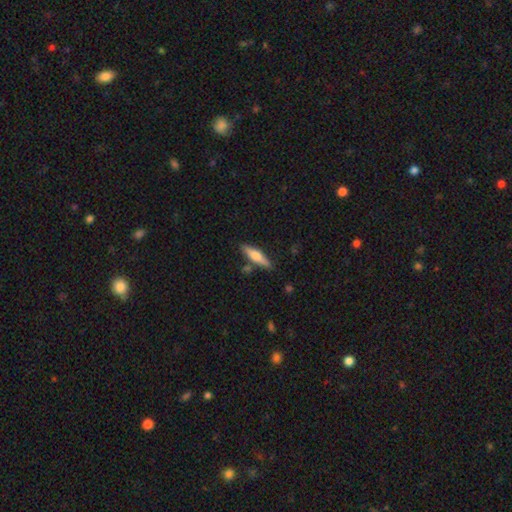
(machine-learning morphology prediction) smooth_or_featured: smooth (p=0.59) [alt: featured or disk p=0.35]
how_rounded: cigar-shaped (p=0.74) [alt: in between p=0.24]
merging: none (p=0.81) [alt: minor disturbance p=0.11]